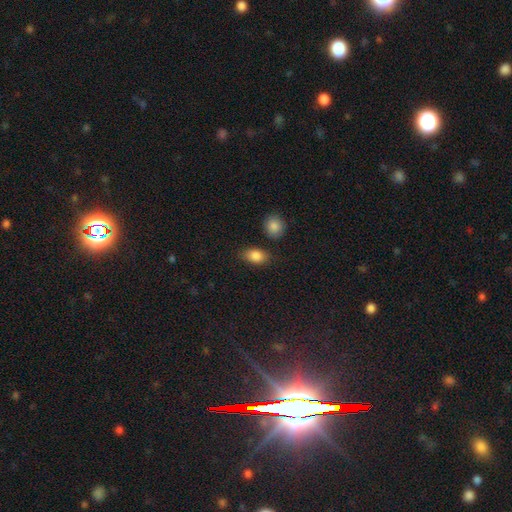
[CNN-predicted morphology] A smooth galaxy with no disk features (85%) that is in between round and cigar-shaped (82%).

Vote fractions:
- Smooth or featured? smooth: 85% / star or artifact: 8% / featured or disk: 6%
- How rounded? in between: 82% / round: 16% / cigar-shaped: 2%
- Merging? none: 78% / minor disturbance: 13% / merger: 6% / major disturbance: 3%